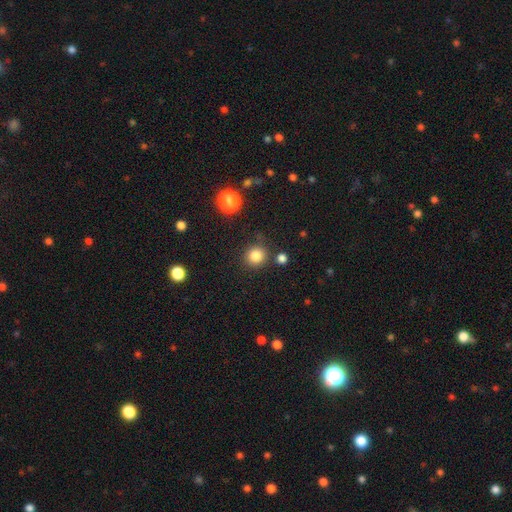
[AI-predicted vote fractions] Smooth or featured?
  - smooth: 84% *
  - star or artifact: 12%
  - featured or disk: 5%
How rounded?
  - round: 89% *
  - in between: 10%
  - cigar-shaped: 1%
Merging?
  - none: 84% *
  - minor disturbance: 9%
  - merger: 5%
  - major disturbance: 3%